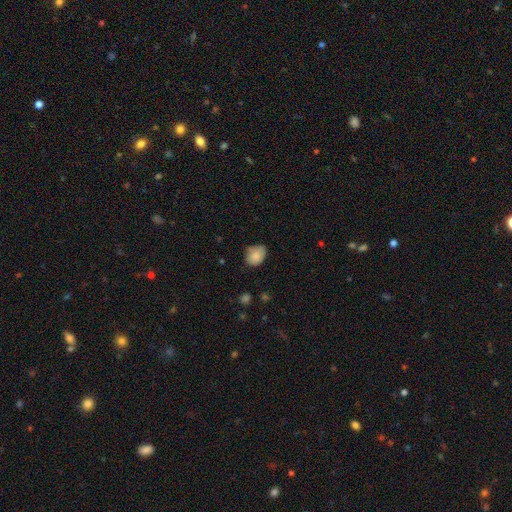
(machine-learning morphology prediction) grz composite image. It shows a smooth galaxy with no disk features (85%) that is in between round and cigar-shaped (60%). Merging: none (63%).